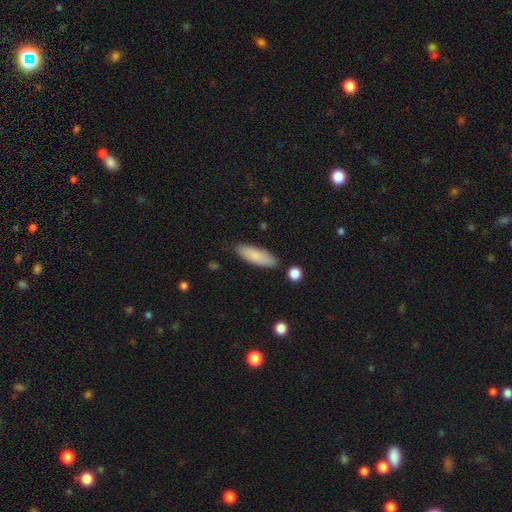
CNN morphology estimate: Smooth or featured? smooth (84%)
How rounded? in between (53%)
Merging? none (84%)